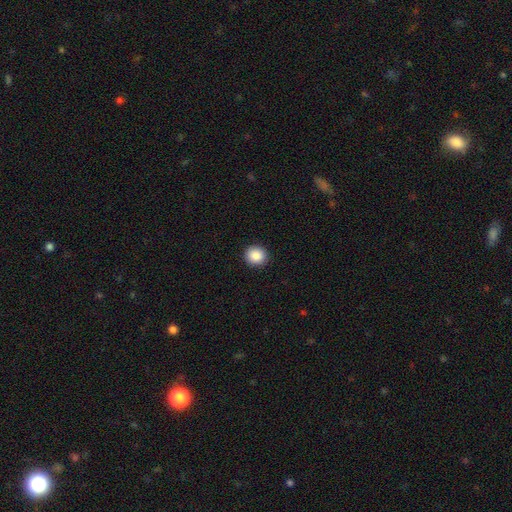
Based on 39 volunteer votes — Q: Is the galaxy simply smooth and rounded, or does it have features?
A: smooth — 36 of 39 (92%).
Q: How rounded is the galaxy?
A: round — 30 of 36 (83%).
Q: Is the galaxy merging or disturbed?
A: none — 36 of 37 (97%).